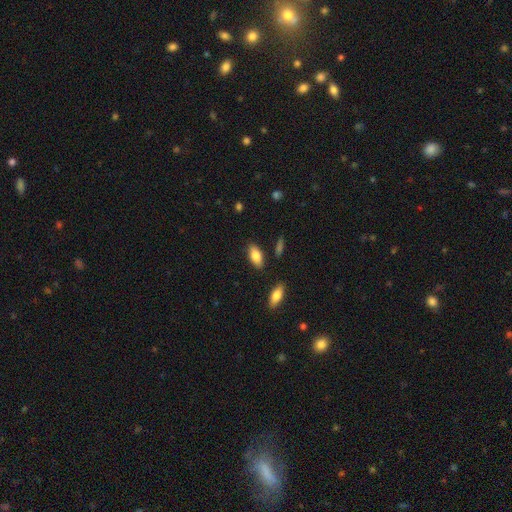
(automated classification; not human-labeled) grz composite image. It shows a smooth galaxy with no disk features (82%) that is in between round and cigar-shaped (88%). Merging: none (84%).